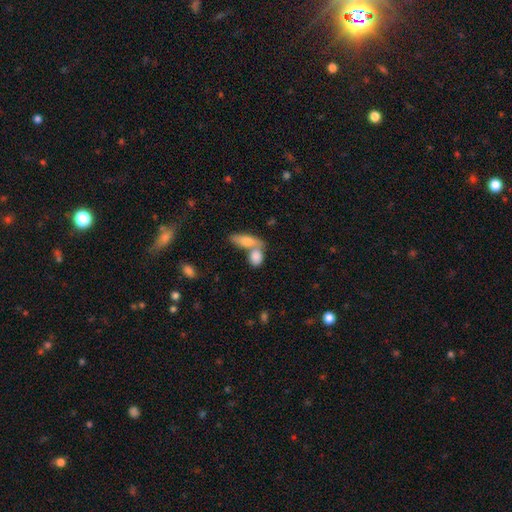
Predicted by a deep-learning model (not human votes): Overall: smooth (80%). How rounded: in between (72%). Merging: merger (53%; none 33%).